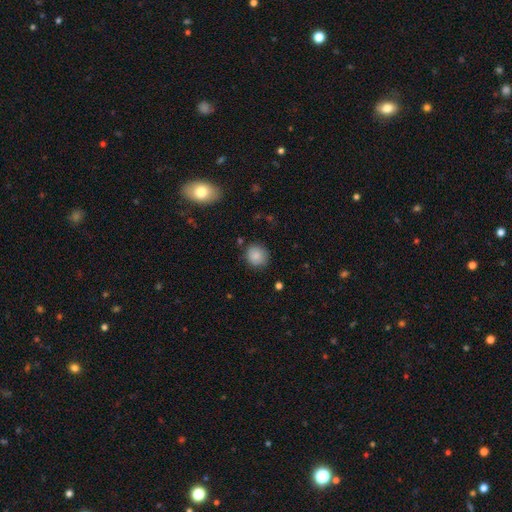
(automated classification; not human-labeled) smooth_or_featured: smooth (p=0.85) [alt: star or artifact p=0.08]
how_rounded: round (p=0.86) [alt: in between p=0.13]
merging: none (p=0.82) [alt: minor disturbance p=0.13]